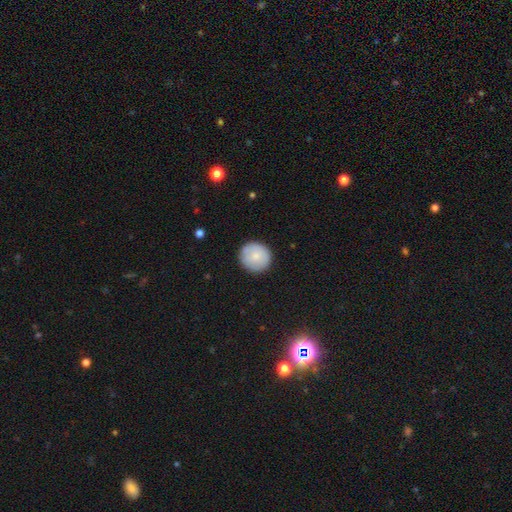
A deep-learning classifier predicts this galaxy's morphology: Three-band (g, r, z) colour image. It shows a smooth galaxy with no disk features (79%) that is round (94%). Merging: none (88%).